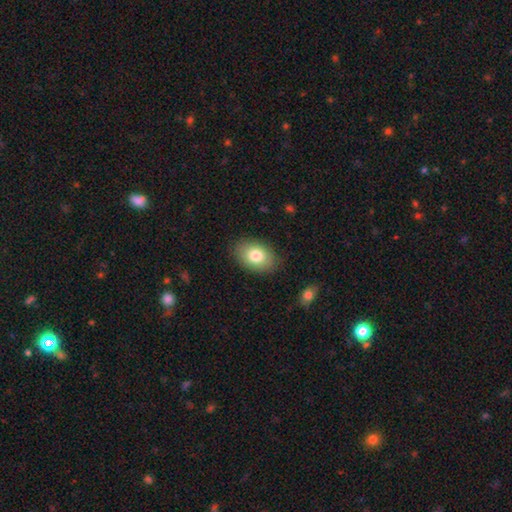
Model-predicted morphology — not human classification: The model was most divided on "smooth or featured": smooth: 80%, featured or disk: 13%, star or artifact: 8%. More confident: merging — none (85%); how rounded — in between (85%).